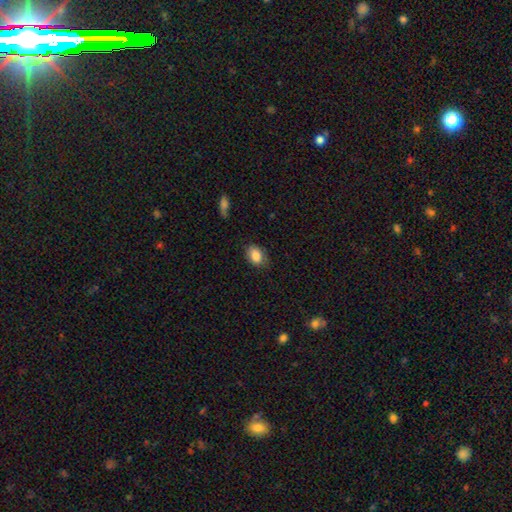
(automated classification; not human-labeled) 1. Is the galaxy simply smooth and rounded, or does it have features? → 85% smooth, 8% star or artifact, 7% featured or disk.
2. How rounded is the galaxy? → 77% in between, 22% round, 1% cigar-shaped.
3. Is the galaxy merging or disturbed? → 78% none, 17% minor disturbance, 3% major disturbance, 1% merger.